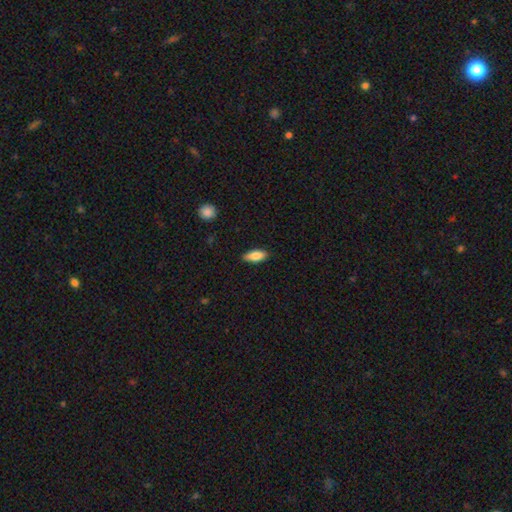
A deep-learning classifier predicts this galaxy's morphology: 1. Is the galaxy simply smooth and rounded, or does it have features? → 82% smooth, 12% featured or disk, 6% star or artifact.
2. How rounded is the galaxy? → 80% in between, 18% cigar-shaped, 2% round.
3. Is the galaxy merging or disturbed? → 84% none, 13% minor disturbance, 2% major disturbance, 1% merger.